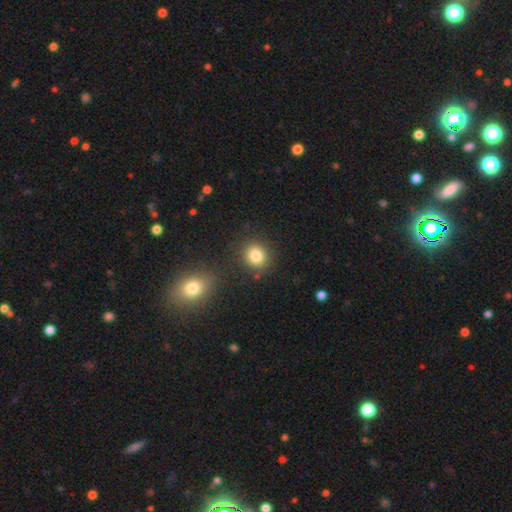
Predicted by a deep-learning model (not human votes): The model was most divided on "how rounded": round: 80%, in between: 19%, cigar-shaped: 1%. More confident: merging — none (84%); smooth or featured — smooth (83%).